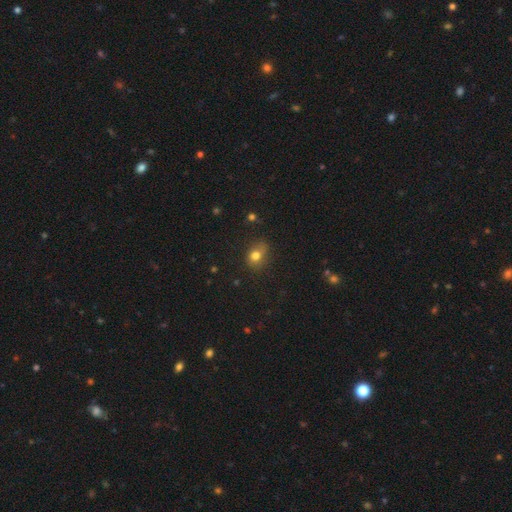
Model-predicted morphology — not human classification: Overall: smooth (76%). How rounded: round (50%; in between 49%). Merging: none (62%; minor disturbance 26%).